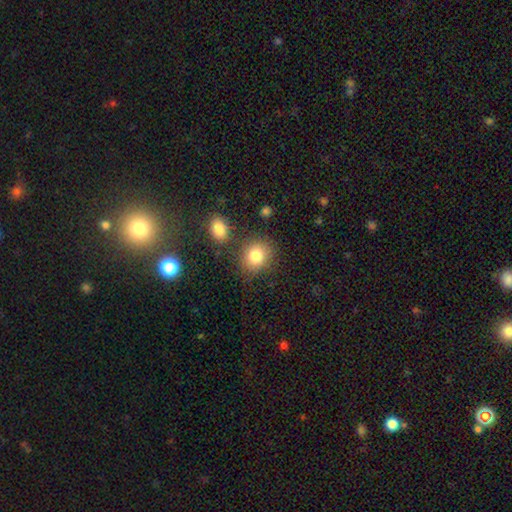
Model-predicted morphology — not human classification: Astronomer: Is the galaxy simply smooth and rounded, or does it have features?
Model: smooth — 83%.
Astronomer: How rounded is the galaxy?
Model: round — 72%.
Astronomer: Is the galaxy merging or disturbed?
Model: none — 77%.